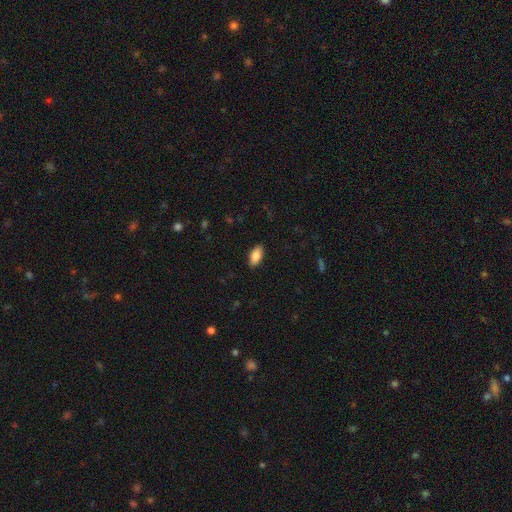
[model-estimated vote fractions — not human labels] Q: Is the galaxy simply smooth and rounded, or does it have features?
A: smooth — 86%.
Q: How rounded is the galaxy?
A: in between — 92%.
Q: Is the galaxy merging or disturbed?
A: none — 89%.